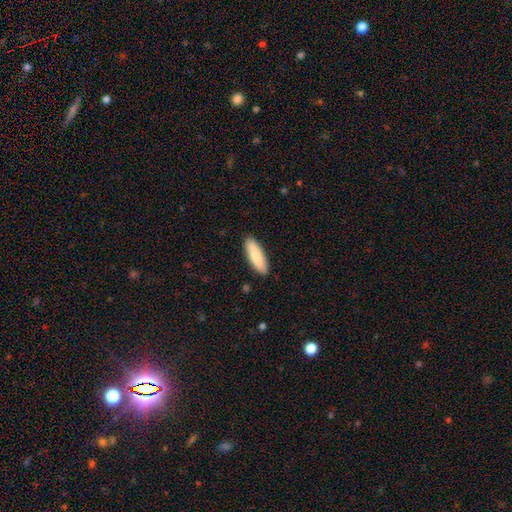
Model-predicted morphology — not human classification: type=smooth (82%); roundness=cigar-shaped (49%, tied with in between); merging=none (89%).